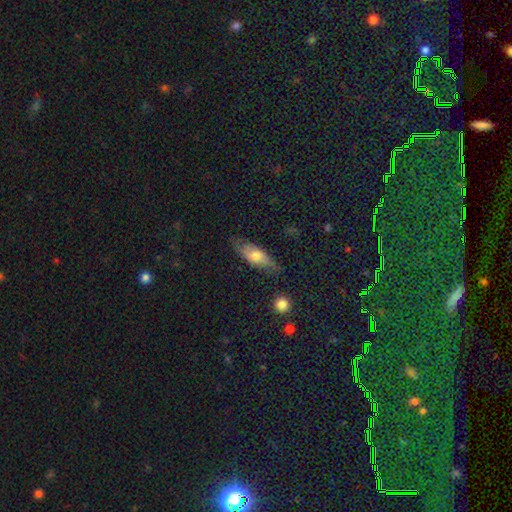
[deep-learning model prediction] This appears to be a smooth galaxy with no disk features (57%) that is in between round and cigar-shaped (63%). Merging: none (70%).